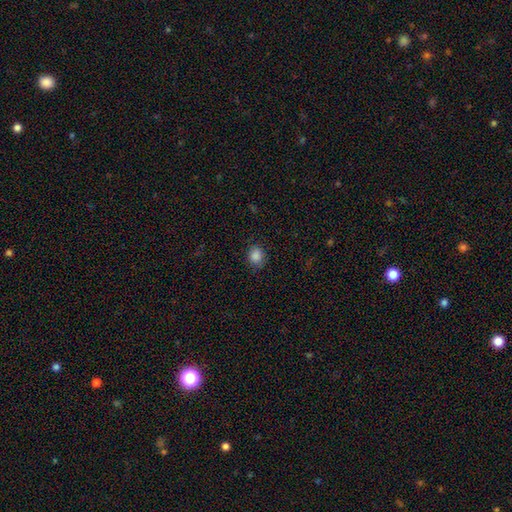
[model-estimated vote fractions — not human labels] This appears to be a smooth galaxy with no disk features (86%) that is round (66%). Merging: none (83%).